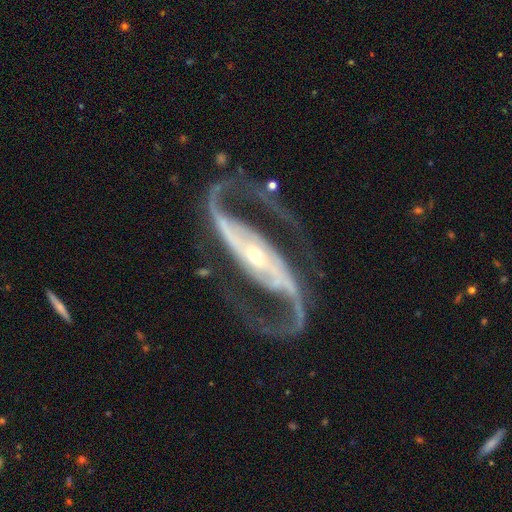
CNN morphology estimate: smooth-or-featured: featured or disk: 94% | star or artifact: 4% | smooth: 2%
  disk-edge-on: no: 96% | yes: 4%
    bar: strong: 56% | no: 23% | weak: 21%
    has-spiral-arms: yes: 98% | no: 2%
      spiral-winding: medium: 50% | loose: 37% | tight: 13%
      spiral-arm-count: 2: 94% | can't tell: 1% | 1: 1% | 3: 1% | 4: 1% | more than 4: 1%
    bulge-size: small: 71% | moderate: 24% | large: 2% | dominant: 1% | none: 1%
  merging: none: 76% | minor disturbance: 11% | major disturbance: 10% | merger: 2%